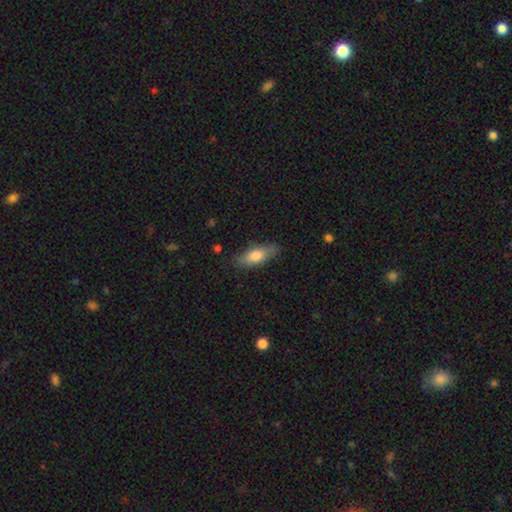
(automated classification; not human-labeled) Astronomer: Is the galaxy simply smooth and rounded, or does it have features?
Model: smooth — 73%.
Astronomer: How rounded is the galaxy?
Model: in between — 70%.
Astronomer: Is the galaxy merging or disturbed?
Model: none — 78%.